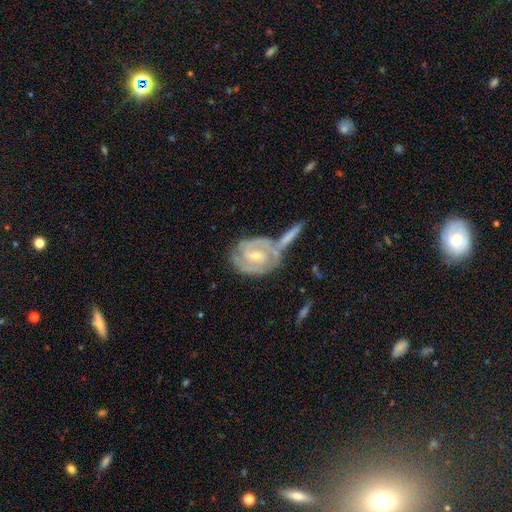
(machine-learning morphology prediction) The model was most divided on "merging": none: 39%, merger: 38%, minor disturbance: 15%, major disturbance: 8%. More confident: edge-on disk — no (96%); spiral arms — yes (94%); smooth or featured — featured or disk (84%); spiral winding — tight (62%); spiral arm count — 2 (53%); bulge size — small (53%); bar — weak (51%).